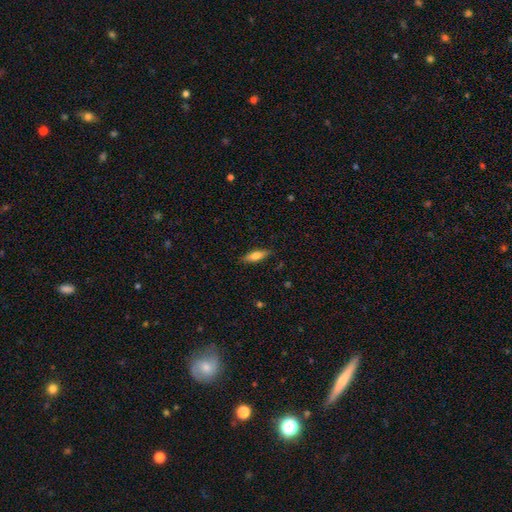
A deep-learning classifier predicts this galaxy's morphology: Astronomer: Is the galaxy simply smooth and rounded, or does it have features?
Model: smooth — 65%.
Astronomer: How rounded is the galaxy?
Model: cigar-shaped — 51% (runner-up: in between, 47%).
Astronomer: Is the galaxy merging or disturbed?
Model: none — 85%.